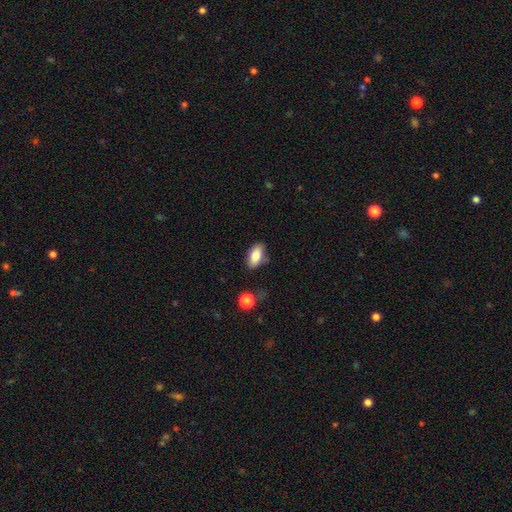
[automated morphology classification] Smooth or featured? smooth (82%)
How rounded? in between (89%)
Merging? none (78%)